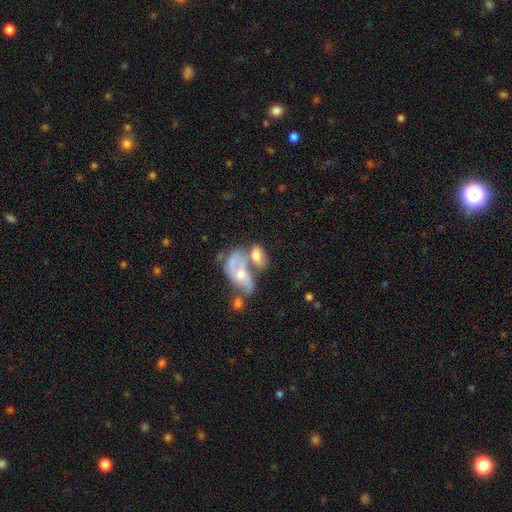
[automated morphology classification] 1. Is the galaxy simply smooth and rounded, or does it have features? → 54% smooth, 38% featured or disk, 8% star or artifact.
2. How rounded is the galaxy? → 89% in between, 7% round, 4% cigar-shaped.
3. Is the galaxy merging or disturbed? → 57% merger, 22% none, 11% minor disturbance, 10% major disturbance.